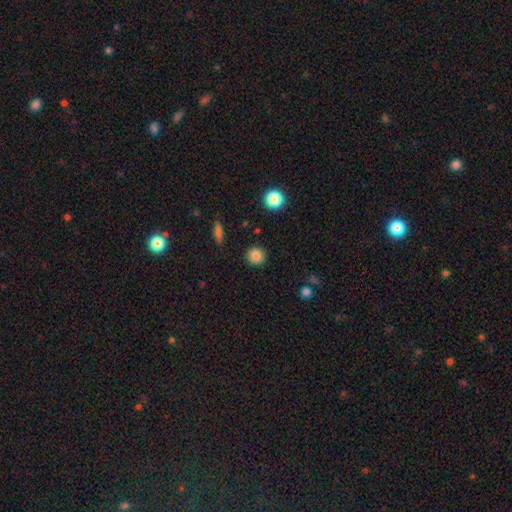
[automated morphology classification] smooth_or_featured: smooth (p=0.84) [alt: star or artifact p=0.10]
how_rounded: round (p=0.91) [alt: in between p=0.08]
merging: none (p=0.91) [alt: minor disturbance p=0.06]